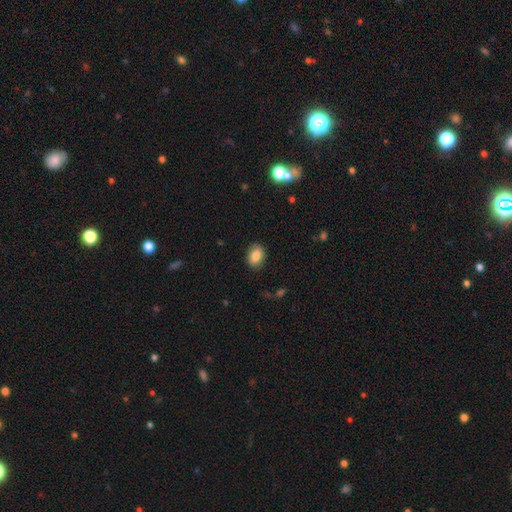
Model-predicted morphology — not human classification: smooth 85%, star or artifact 8%, featured or disk 7%. Down the decision tree: how rounded — in between (71%); merging — none (86%).